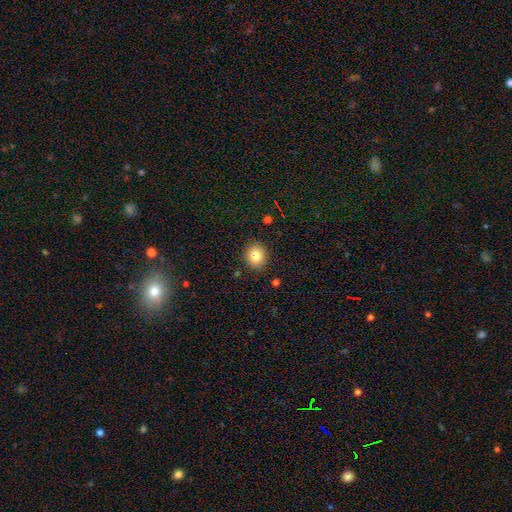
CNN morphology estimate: smooth 84%, star or artifact 10%, featured or disk 6%. Down the decision tree: how rounded — round (76%); merging — none (89%).